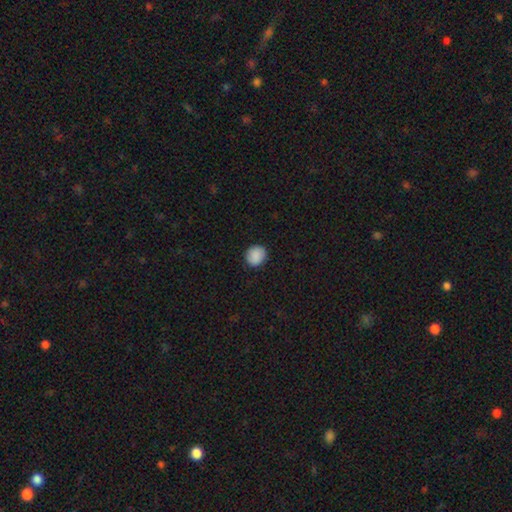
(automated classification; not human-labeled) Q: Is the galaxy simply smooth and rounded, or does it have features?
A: smooth — 89%.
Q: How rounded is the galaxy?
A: round — 82%.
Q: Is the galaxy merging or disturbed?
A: none — 89%.